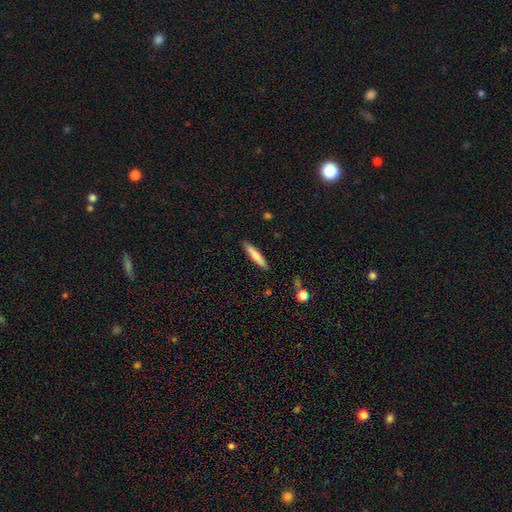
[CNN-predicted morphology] The model was most divided on "smooth or featured": smooth: 76%, featured or disk: 18%, star or artifact: 6%. More confident: how rounded — cigar-shaped (91%); merging — none (90%).